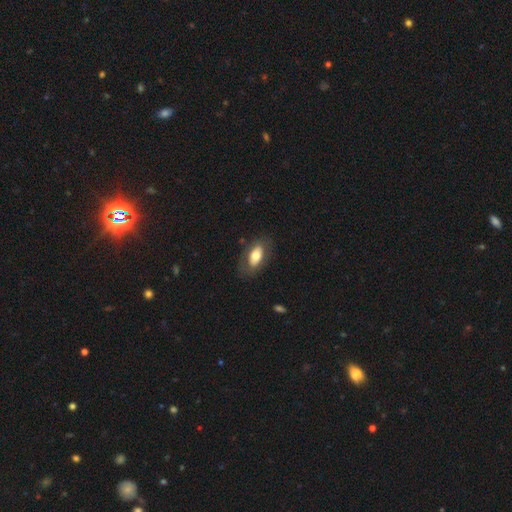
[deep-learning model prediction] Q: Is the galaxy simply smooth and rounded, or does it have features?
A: smooth — 63%.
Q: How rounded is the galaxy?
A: in between — 91%.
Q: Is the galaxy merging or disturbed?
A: none — 75%.